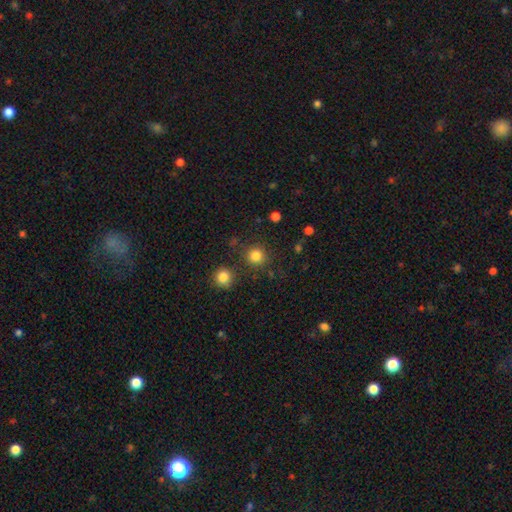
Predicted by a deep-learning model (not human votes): This appears to be a smooth galaxy with no disk features (83%) that is round (93%). Merging: none (84%).